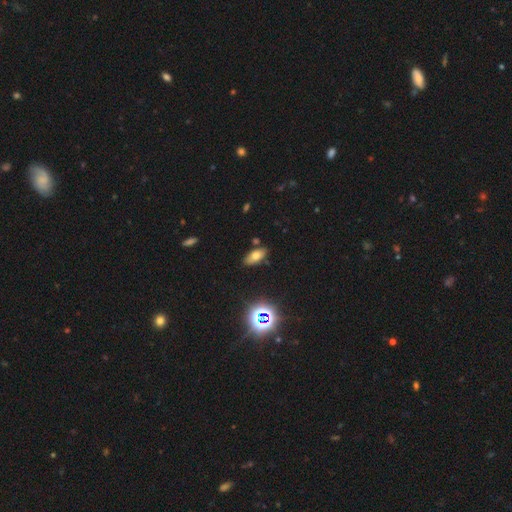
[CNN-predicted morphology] type=smooth (67%); roundness=in between (85%); merging=none (81%).